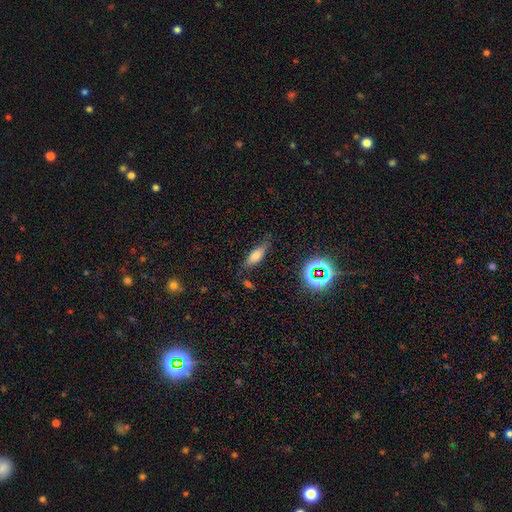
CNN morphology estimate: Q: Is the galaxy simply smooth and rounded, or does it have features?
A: smooth — 67%.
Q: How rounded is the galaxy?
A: in between — 56%.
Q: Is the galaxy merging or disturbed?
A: none — 70%.